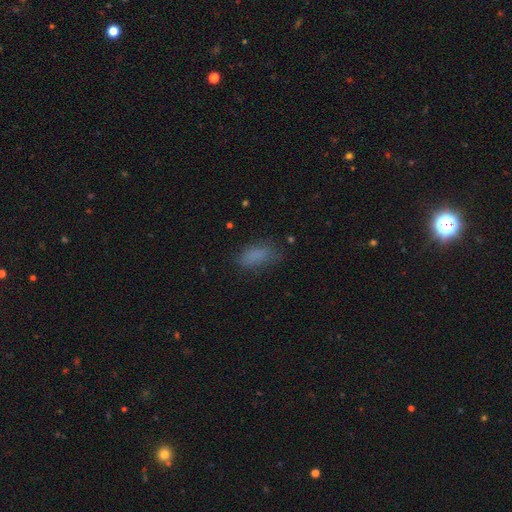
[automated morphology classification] Smooth or featured? smooth (81%)
How rounded? in between (85%)
Merging? none (66%)